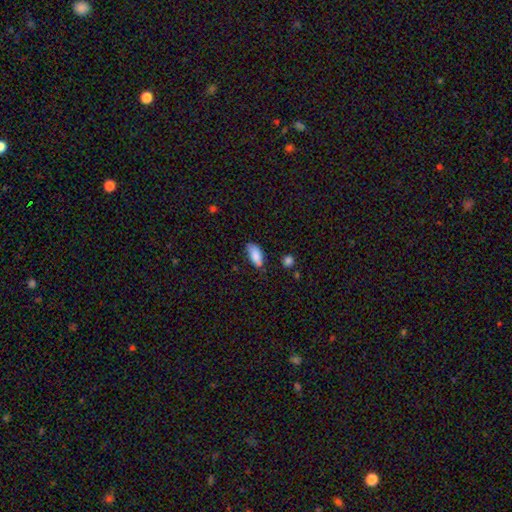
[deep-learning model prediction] smooth 85%, featured or disk 7%, star or artifact 7%. Down the decision tree: how rounded — in between (88%); merging — none (62%).